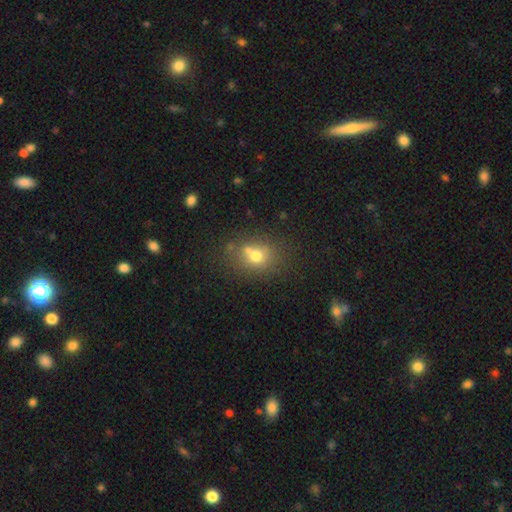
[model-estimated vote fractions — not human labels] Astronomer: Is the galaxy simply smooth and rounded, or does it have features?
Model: smooth — 67%.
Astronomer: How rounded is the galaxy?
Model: round — 56% (runner-up: in between, 43%).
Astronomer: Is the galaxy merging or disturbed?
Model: none — 53%.